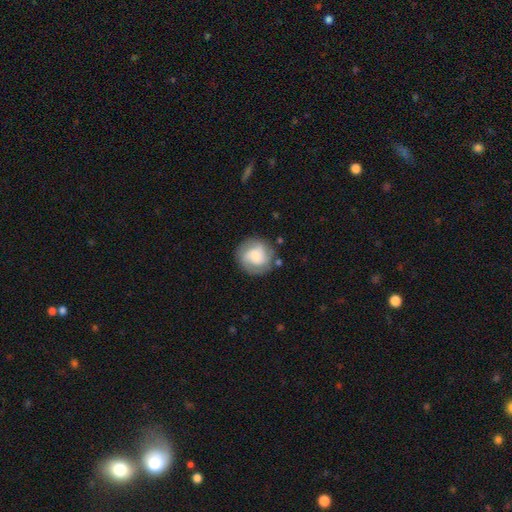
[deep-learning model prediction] Smooth or featured?
  - featured or disk: 54% *
  - smooth: 39%
  - star or artifact: 8%
Edge-on disk?
  - no: 98% *
  - yes: 2%
Bar?
  - no: 67% *
  - weak: 27%
  - strong: 6%
Spiral arms?
  - yes: 89% *
  - no: 11%
Bulge size?
  - small: 31% *
  - moderate: 27%
  - large: 24%
  - none: 13%
  - dominant: 5%
Merging?
  - none: 77% *
  - minor disturbance: 14%
  - major disturbance: 6%
  - merger: 3%